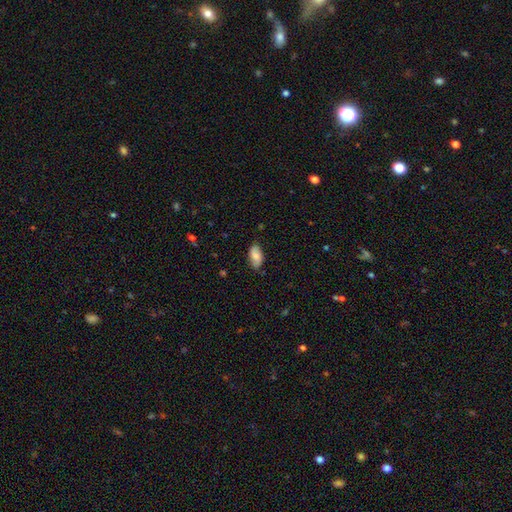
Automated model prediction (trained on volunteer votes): Overall: smooth (72%). How rounded: in between (93%). Merging: none (78%).